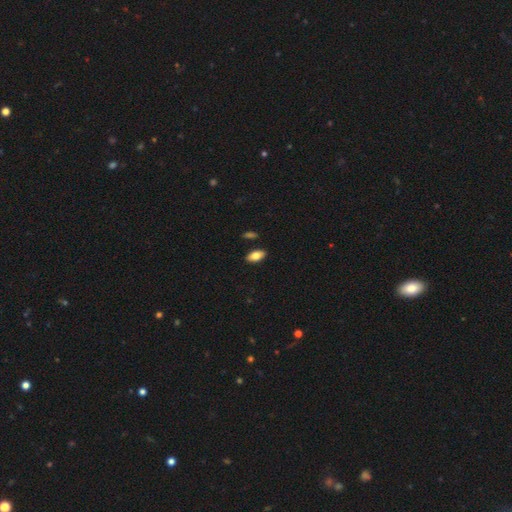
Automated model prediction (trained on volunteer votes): The model was most divided on "smooth or featured": smooth: 79%, featured or disk: 14%, star or artifact: 7%. More confident: how rounded — in between (92%); merging — none (88%).